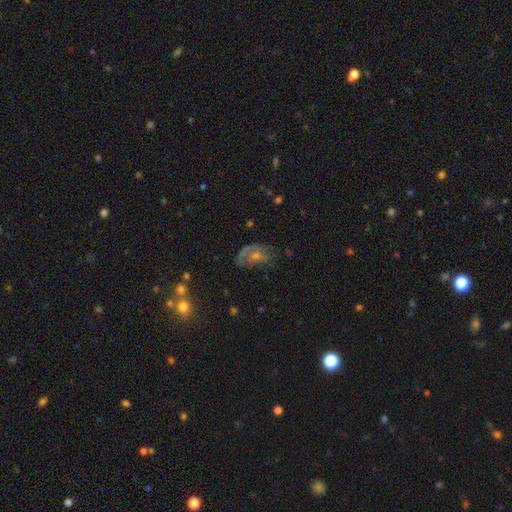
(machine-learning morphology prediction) A featured or disk galaxy (60%) with no bar (74%), spiral arms (70%) and a small central bulge (50%). Merging: none (48%).